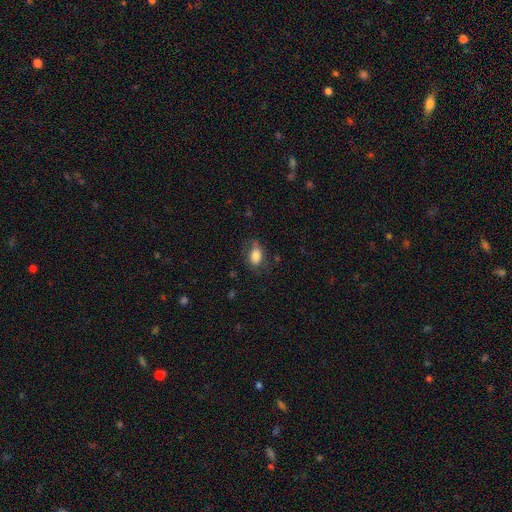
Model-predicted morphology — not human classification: smooth-or-featured: smooth: 80% | featured or disk: 12% | star or artifact: 8%
  how-rounded: in between: 84% | round: 13% | cigar-shaped: 2%
  merging: none: 60% | minor disturbance: 26% | major disturbance: 11% | merger: 2%